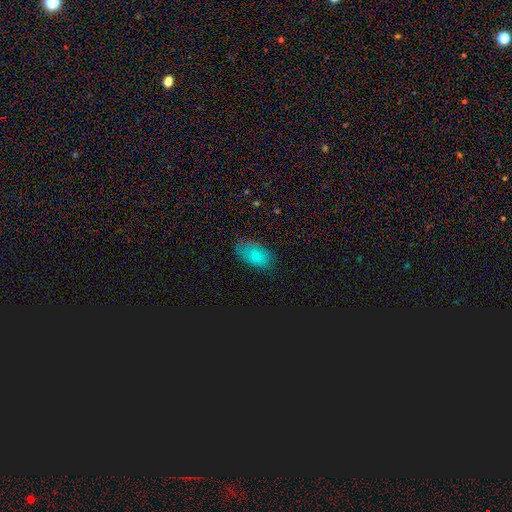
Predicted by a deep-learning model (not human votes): Q: Smooth or featured?
A: smooth (57%); runner-up: star or artifact (26%)
Q: How rounded?
A: in between (91%); runner-up: round (7%)
Q: Merging?
A: none (73%); runner-up: minor disturbance (20%)